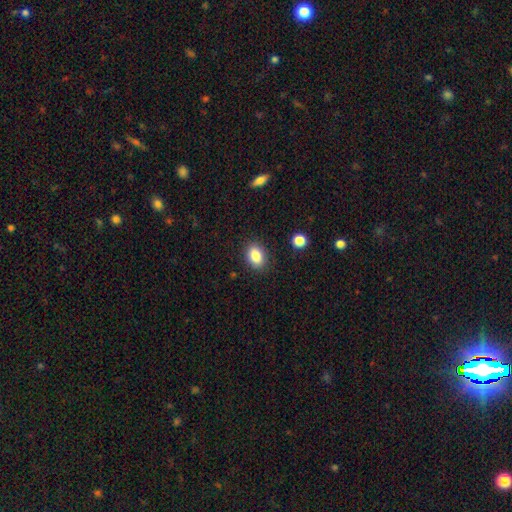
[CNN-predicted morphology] smooth_or_featured: smooth (p=0.86) [alt: star or artifact p=0.09]
how_rounded: in between (p=0.78) [alt: round p=0.21]
merging: none (p=0.87) [alt: minor disturbance p=0.09]